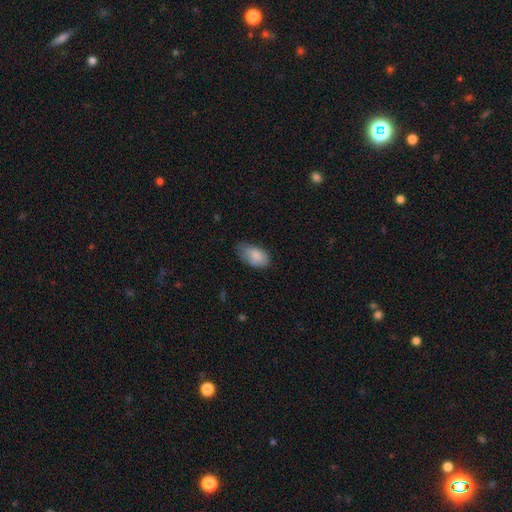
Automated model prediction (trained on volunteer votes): smooth 84%, featured or disk 10%, star or artifact 7%. Down the decision tree: how rounded — in between (93%); merging — none (50%).